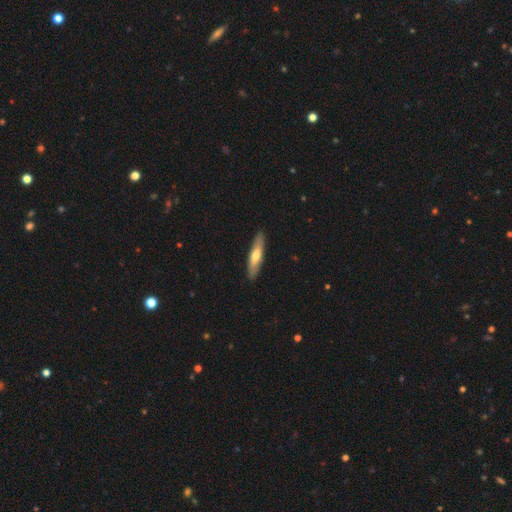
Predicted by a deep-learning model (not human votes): Smooth or featured: smooth — 59% (featured or disk — 36%)
How rounded: cigar-shaped — 79% (in between — 19%)
Merging: none — 89% (minor disturbance — 8%)